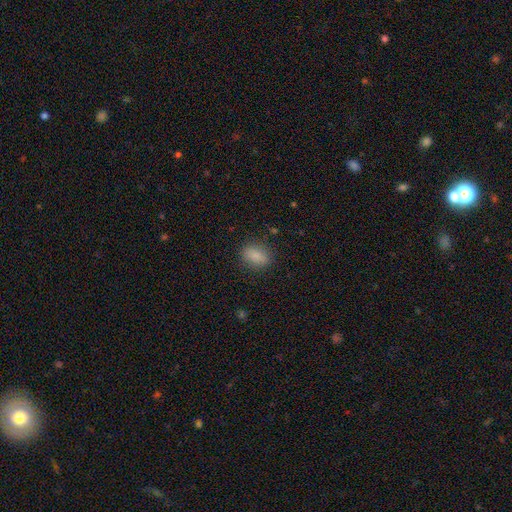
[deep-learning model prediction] smooth 85%, star or artifact 9%, featured or disk 6%. Down the decision tree: how rounded — in between (80%); merging — none (83%).